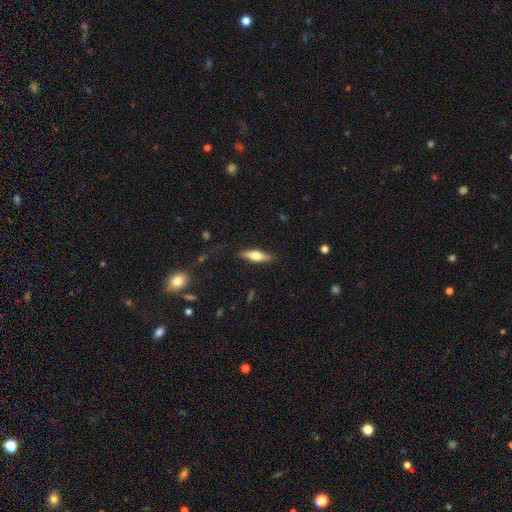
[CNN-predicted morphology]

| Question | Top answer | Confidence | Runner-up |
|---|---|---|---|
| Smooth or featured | smooth | 51% | featured or disk (42%) |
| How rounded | cigar-shaped | 57% | in between (41%) |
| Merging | none | 85% | minor disturbance (11%) |